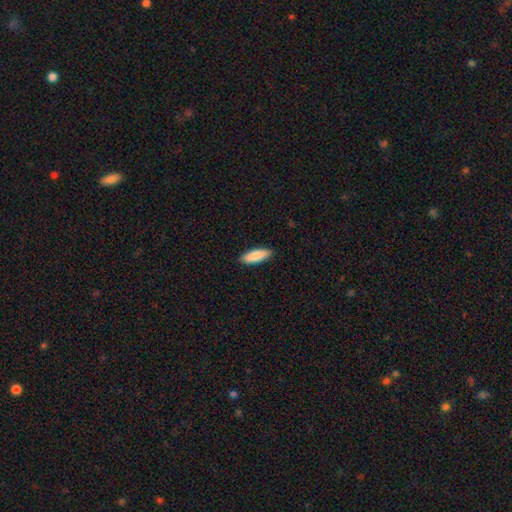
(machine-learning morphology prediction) Smooth or featured? Predicted: smooth (p=0.85). How rounded? Predicted: in between (p=0.62). Merging? Predicted: none (p=0.90).